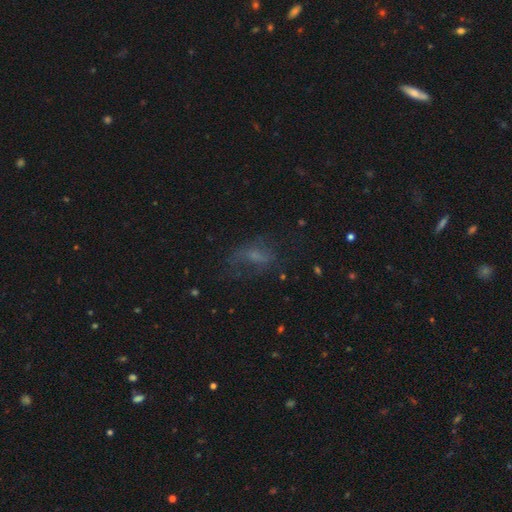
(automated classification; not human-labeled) This is marginally a smooth galaxy (42%). Merging: possibly none (47%).